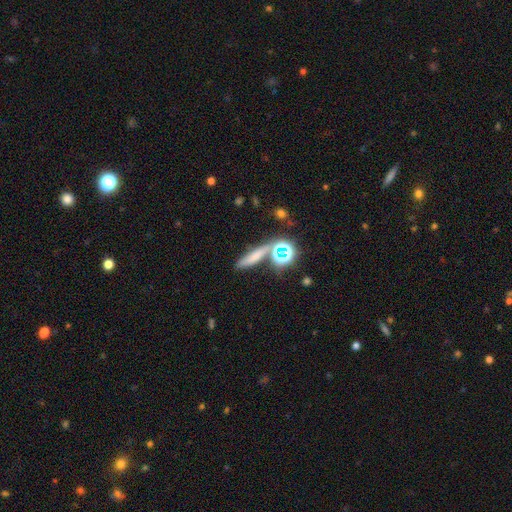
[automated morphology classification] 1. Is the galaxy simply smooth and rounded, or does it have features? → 61% smooth, 22% star or artifact, 17% featured or disk.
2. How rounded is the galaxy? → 69% cigar-shaped, 17% in between, 14% round.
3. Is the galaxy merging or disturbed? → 70% none, 14% merger, 12% minor disturbance, 5% major disturbance.